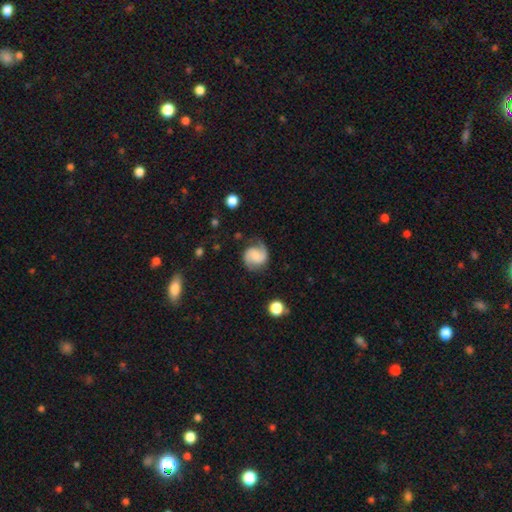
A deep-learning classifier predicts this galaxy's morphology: Overall: featured or disk (70%). Edge-on disk: no (98%). Bar: no (54%; weak 37%). Spiral arms: yes (96%). Spiral arm count: 2 (86%). Spiral winding: medium (47%; tight 27%). Bulge size: none (36%; small 33%). Merging: none (72%).